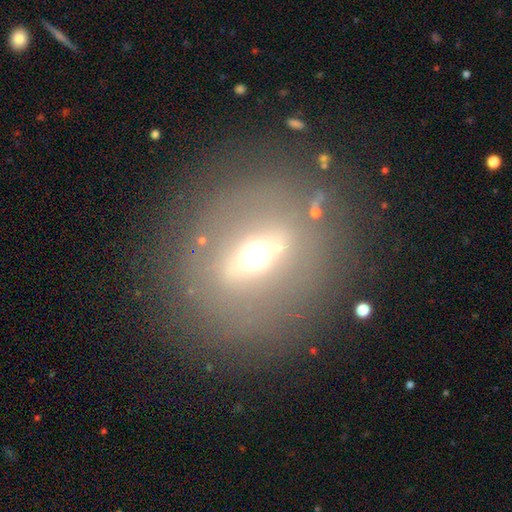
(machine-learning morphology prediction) This is possibly a featured or disk galaxy (51%). It is likely not viewed edge-on (63%). Merging: clearly none (81%).